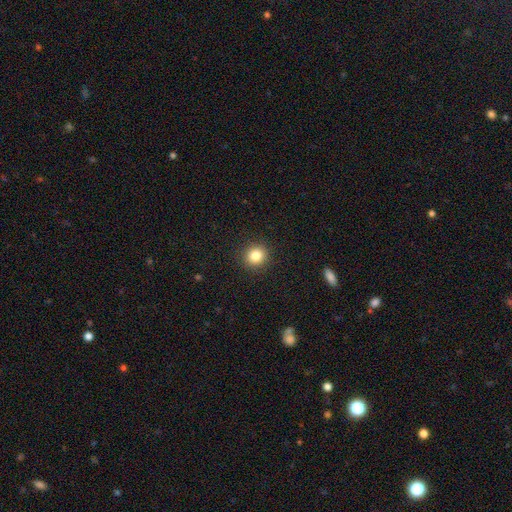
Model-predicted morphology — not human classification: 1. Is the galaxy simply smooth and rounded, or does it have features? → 84% smooth, 11% star or artifact, 5% featured or disk.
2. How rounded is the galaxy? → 89% round, 10% in between, 1% cigar-shaped.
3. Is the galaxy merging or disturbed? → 92% none, 5% minor disturbance, 2% major disturbance, 1% merger.